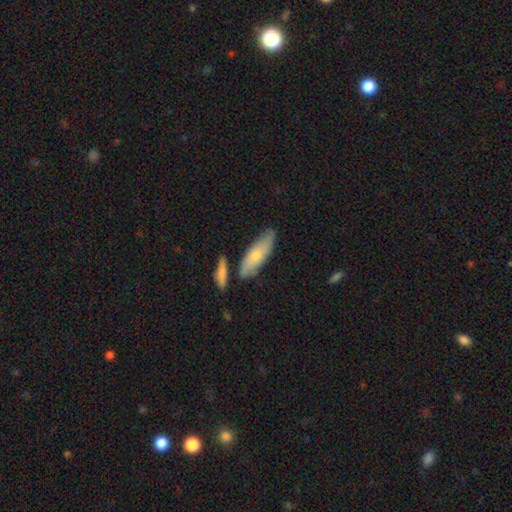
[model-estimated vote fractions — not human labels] The model was most divided on "how rounded": in between: 56%, cigar-shaped: 42%, round: 2%. More confident: merging — none (71%); smooth or featured — smooth (65%).